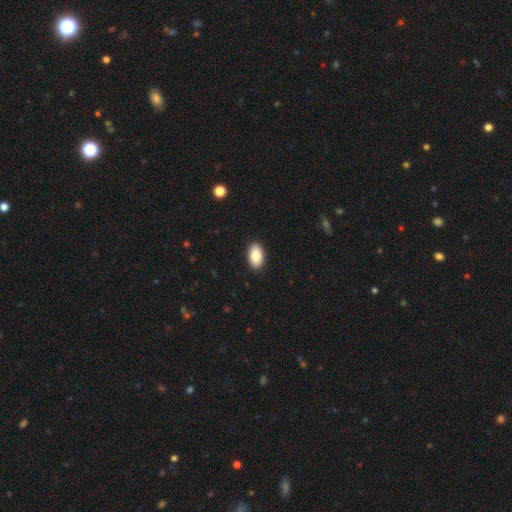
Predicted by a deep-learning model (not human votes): smooth_or_featured: smooth (p=0.88) [alt: star or artifact p=0.07]
how_rounded: in between (p=0.94) [alt: round p=0.04]
merging: none (p=0.90) [alt: minor disturbance p=0.07]